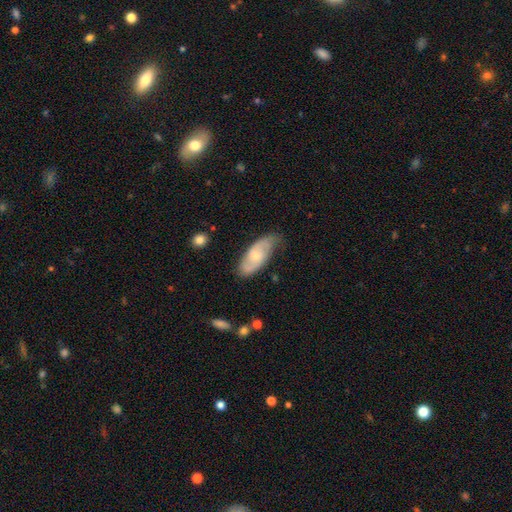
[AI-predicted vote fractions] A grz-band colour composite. It shows a featured or disk galaxy (63%) with no bar (67%), 2 (80%) medium (45%) spiral arms (88%) and a small central bulge (60%). Merging: none (69%).